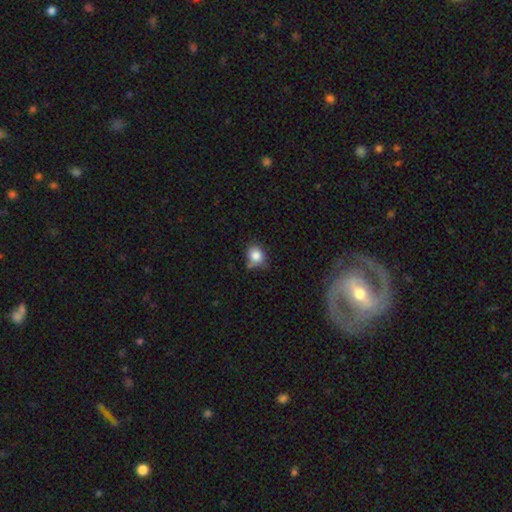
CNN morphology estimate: Overall: smooth (82%). How rounded: round (64%; in between 35%). Merging: none (58%; minor disturbance 29%).